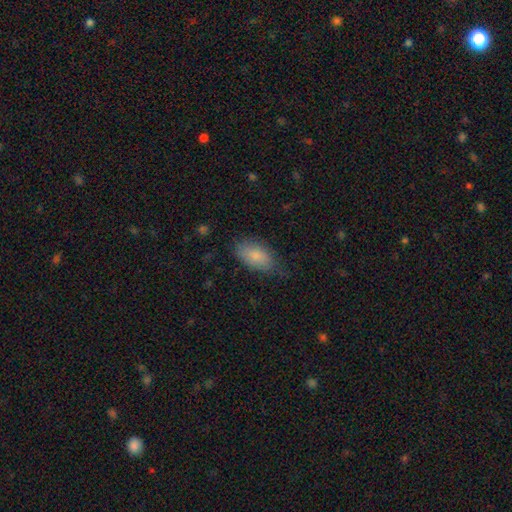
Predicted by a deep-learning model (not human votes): Smooth or featured: smooth — 84% (featured or disk — 10%)
How rounded: in between — 92% (round — 4%)
Merging: none — 66% (minor disturbance — 26%)